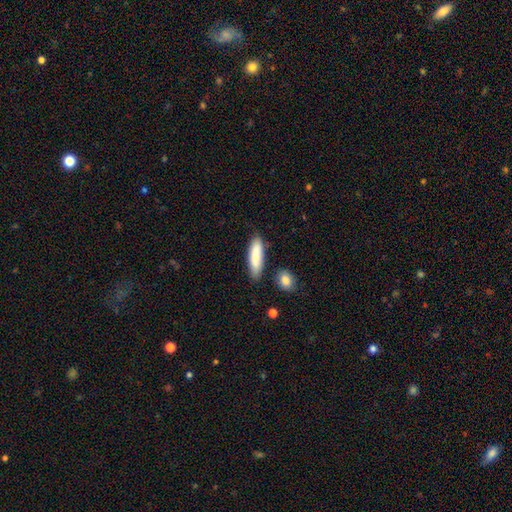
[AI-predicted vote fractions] smooth_or_featured: smooth (p=0.84) [alt: featured or disk p=0.10]
how_rounded: cigar-shaped (p=0.62) [alt: in between p=0.36]
merging: none (p=0.80) [alt: minor disturbance p=0.13]